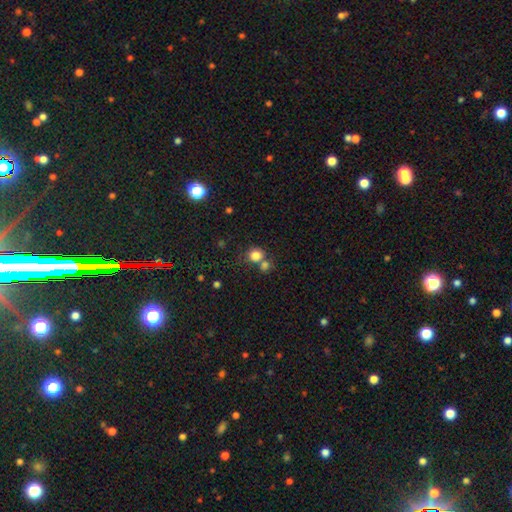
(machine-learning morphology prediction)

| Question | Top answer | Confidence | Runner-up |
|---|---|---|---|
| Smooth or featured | smooth | 81% | star or artifact (12%) |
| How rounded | round | 85% | in between (14%) |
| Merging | none | 55% | merger (32%) |